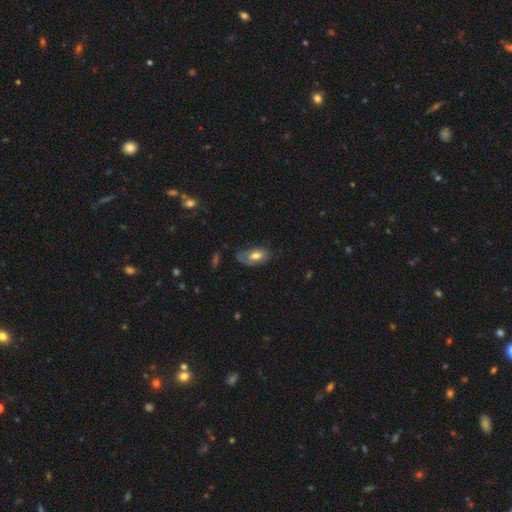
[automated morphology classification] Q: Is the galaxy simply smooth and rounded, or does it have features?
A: smooth — 60%.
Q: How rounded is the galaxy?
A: in between — 91%.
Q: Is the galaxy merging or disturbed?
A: none — 49%.